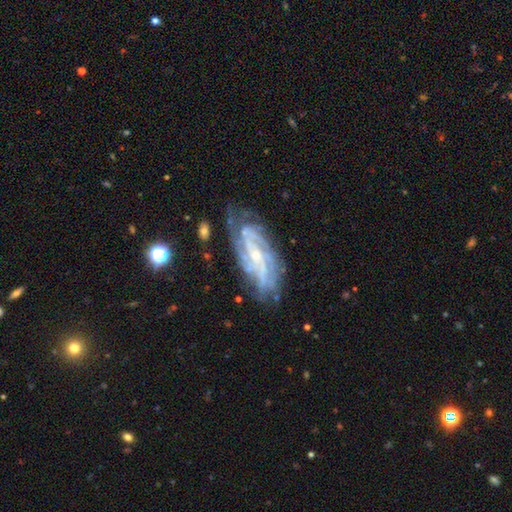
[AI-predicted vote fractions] featured or disk 87%, star or artifact 7%, smooth 6%. Down the decision tree: edge-on disk — no (93%); bar — no (51%); spiral arms — yes (97%); spiral arm count — can't tell (27%); spiral winding — tight (58%); bulge size — small (74%); merging — none (69%).